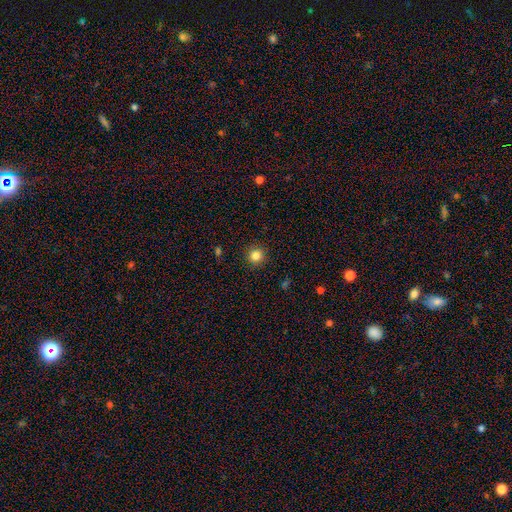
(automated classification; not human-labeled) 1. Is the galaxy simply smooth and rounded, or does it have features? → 84% smooth, 12% star or artifact, 5% featured or disk.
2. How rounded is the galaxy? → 94% round, 5% in between, 1% cigar-shaped.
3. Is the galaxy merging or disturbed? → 91% none, 6% minor disturbance, 2% major disturbance, 1% merger.